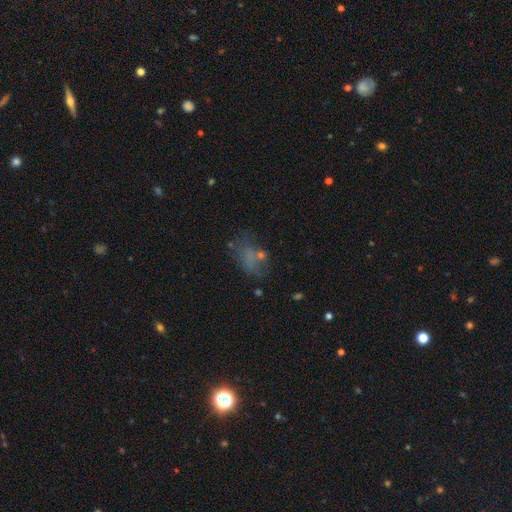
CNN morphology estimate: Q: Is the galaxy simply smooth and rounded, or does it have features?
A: smooth — 54%.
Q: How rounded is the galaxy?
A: in between — 80%.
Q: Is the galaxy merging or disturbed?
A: none — 45%.